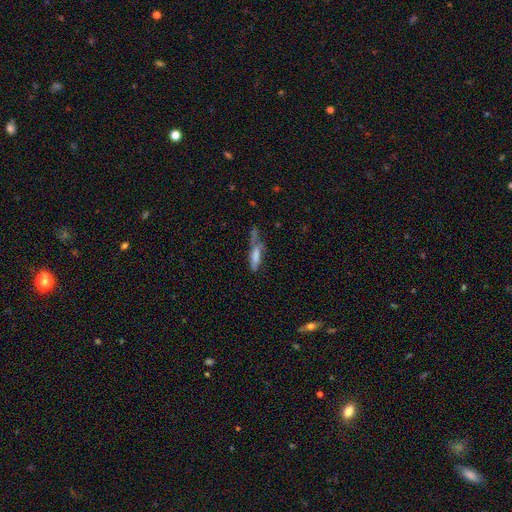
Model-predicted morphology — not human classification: Smooth or featured: smooth — 65% (featured or disk — 26%)
How rounded: cigar-shaped — 65% (in between — 32%)
Merging: none — 32% (minor disturbance — 27%)